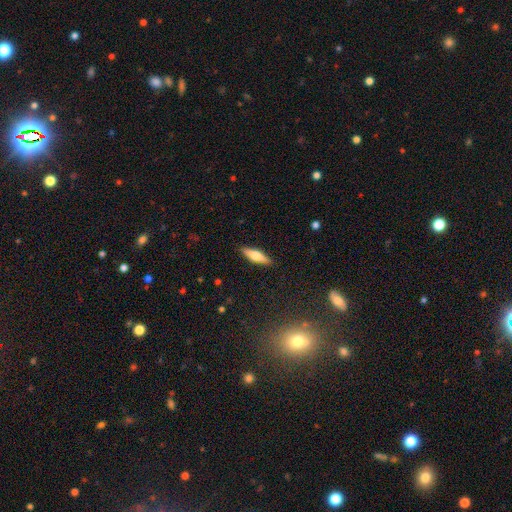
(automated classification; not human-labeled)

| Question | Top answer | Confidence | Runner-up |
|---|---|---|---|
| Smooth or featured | smooth | 57% | featured or disk (37%) |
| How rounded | cigar-shaped | 62% | in between (36%) |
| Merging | none | 89% | minor disturbance (8%) |